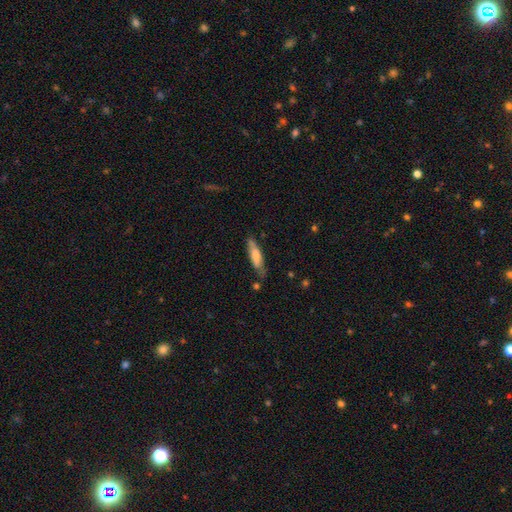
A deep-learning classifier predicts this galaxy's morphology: Smooth or featured? smooth (68%)
How rounded? cigar-shaped (71%)
Merging? none (70%)